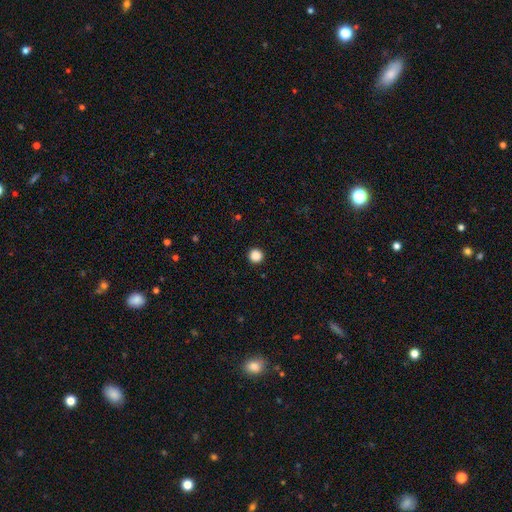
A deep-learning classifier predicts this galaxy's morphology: Q: Smooth or featured?
A: smooth (88%); runner-up: star or artifact (10%)
Q: How rounded?
A: round (96%); runner-up: in between (4%)
Q: Merging?
A: none (94%); runner-up: minor disturbance (4%)